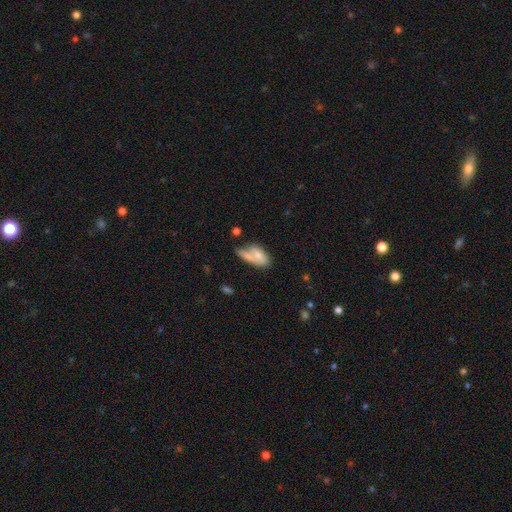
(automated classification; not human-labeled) This is likely a smooth galaxy (70%). How rounded: clearly in between (87%). Merging: marginally merger (33%, tied with none).